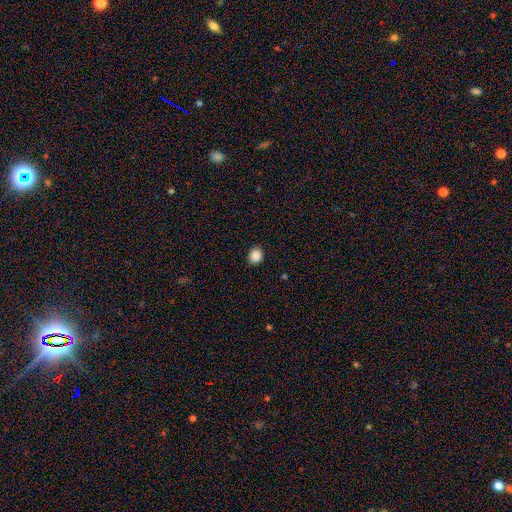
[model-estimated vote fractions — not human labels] A smooth galaxy with no disk features (88%) that is round (72%).

Vote fractions:
- Smooth or featured? smooth: 88% / star or artifact: 10% / featured or disk: 3%
- How rounded? round: 72% / in between: 27% / cigar-shaped: 1%
- Merging? none: 89% / minor disturbance: 8% / major disturbance: 2% / merger: 1%